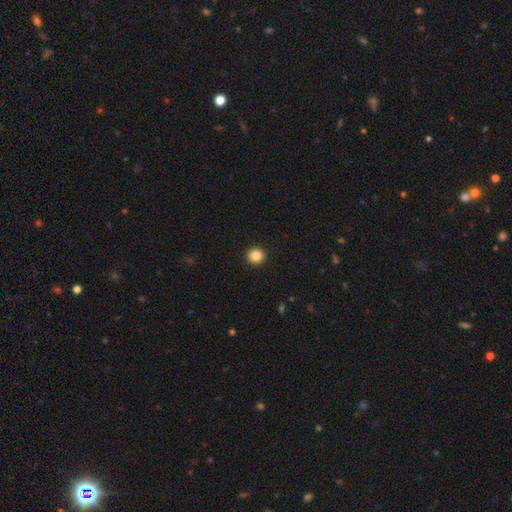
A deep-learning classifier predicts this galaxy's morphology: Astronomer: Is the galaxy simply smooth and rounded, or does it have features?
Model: smooth — 85%.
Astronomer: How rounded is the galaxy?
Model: round — 95%.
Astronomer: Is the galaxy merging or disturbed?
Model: none — 94%.